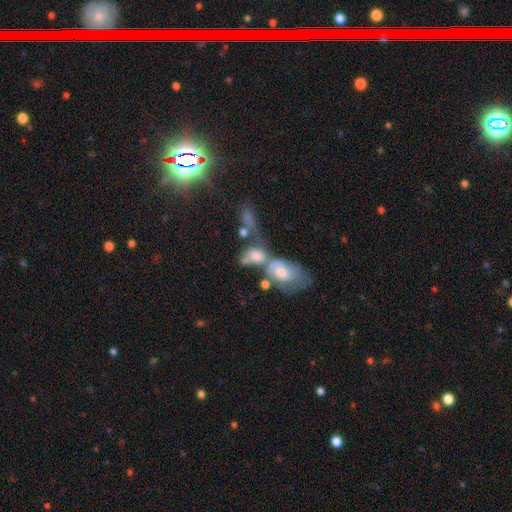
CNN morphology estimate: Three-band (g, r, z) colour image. It shows a smooth galaxy with no disk features (60%) that is in between round and cigar-shaped (77%). Merging: merger (63%).